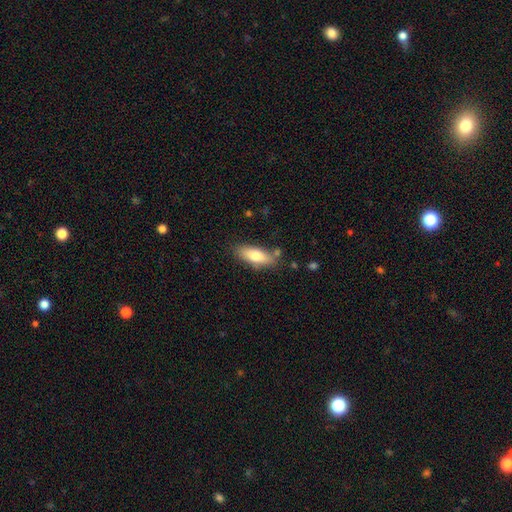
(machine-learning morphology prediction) type=smooth (75%); roundness=in between (70%); merging=none (77%).